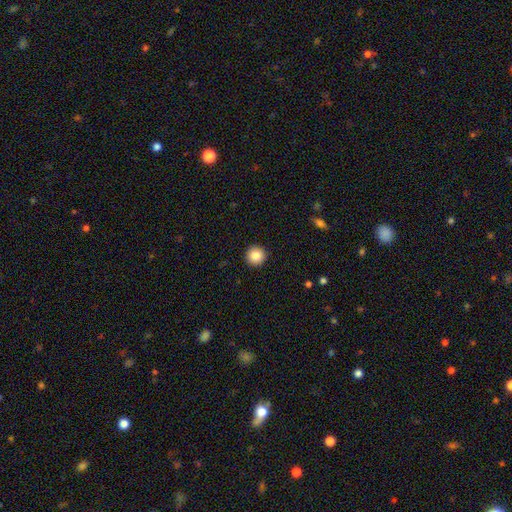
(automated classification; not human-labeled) Smooth or featured? smooth (85%)
How rounded? round (96%)
Merging? none (93%)